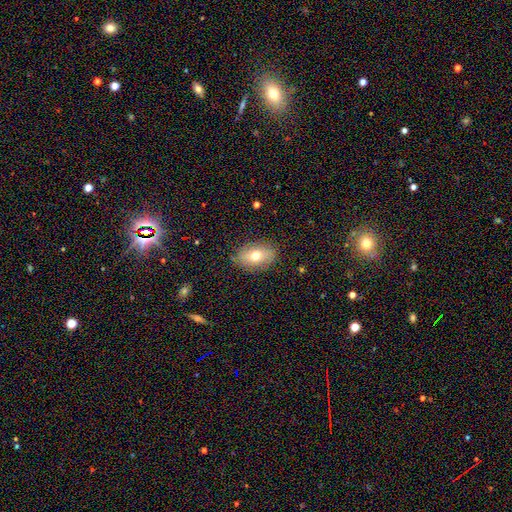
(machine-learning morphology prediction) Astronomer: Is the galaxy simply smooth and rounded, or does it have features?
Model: smooth — 68%.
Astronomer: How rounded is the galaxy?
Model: in between — 82%.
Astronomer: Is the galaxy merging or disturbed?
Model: none — 85%.